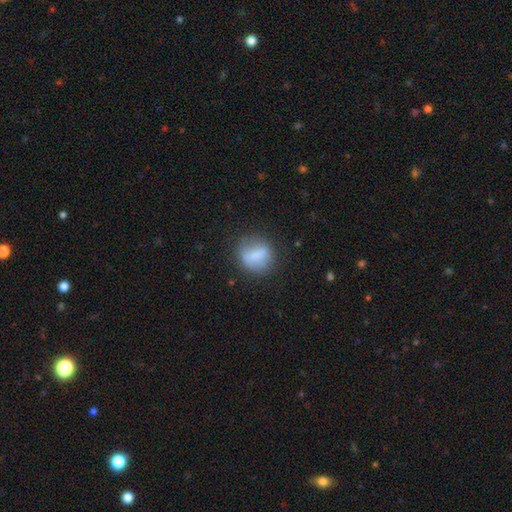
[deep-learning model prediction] smooth 68%, featured or disk 23%, star or artifact 9%. Down the decision tree: how rounded — round (67%); merging — none (72%).